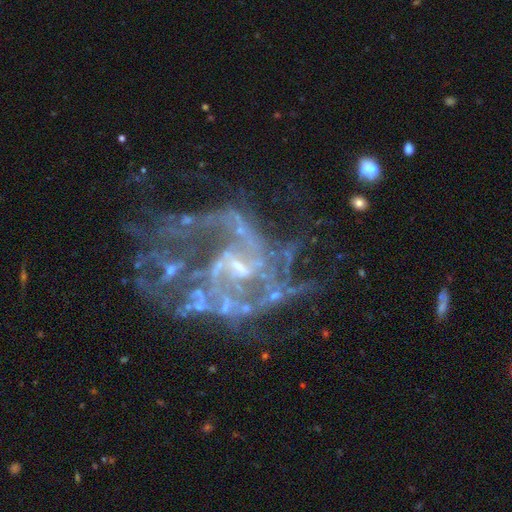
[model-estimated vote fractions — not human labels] featured or disk 86%, star or artifact 10%, smooth 4%. Down the decision tree: edge-on disk — no (98%); bar — weak (50%); spiral arms — yes (90%); spiral arm count — 2 (37%); spiral winding — medium (46%); bulge size — small (60%); merging — major disturbance (39%).